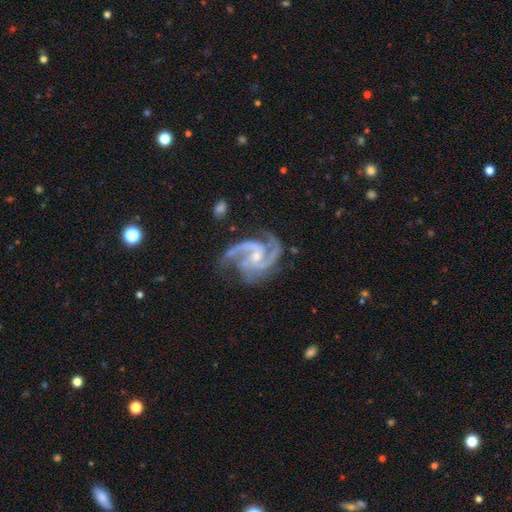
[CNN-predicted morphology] A featured or disk galaxy (94%) with no bar (52%), 3 (54%) medium (62%) spiral arms (99%) and a small central bulge (64%).

Vote fractions:
- Smooth or featured? featured or disk: 94% / star or artifact: 4% / smooth: 2%
- Edge-on disk? no: 98% / yes: 2%
- Bar? no: 52% / weak: 36% / strong: 12%
- Spiral arms? yes: 99% / no: 1%
- Spiral winding? medium: 62% / tight: 27% / loose: 11%
- Spiral arm count? 3: 54% / 2: 28% / 4: 6% / can't tell: 5% / 1: 4% / more than 4: 4%
- Bulge size? small: 64% / moderate: 31% / none: 3% / large: 1% / dominant: 1%
- Merging? none: 67% / minor disturbance: 20% / major disturbance: 11% / merger: 2%